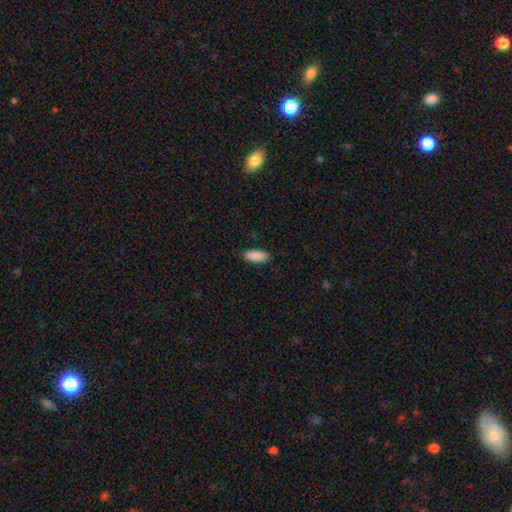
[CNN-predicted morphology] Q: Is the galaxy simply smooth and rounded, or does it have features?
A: smooth — 91%.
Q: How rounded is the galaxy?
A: in between — 78%.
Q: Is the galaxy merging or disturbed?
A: none — 89%.